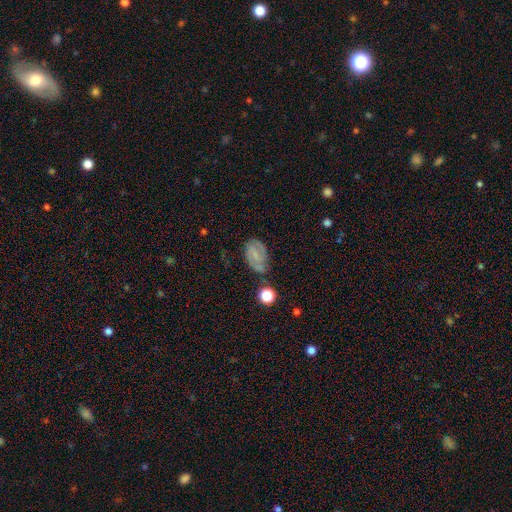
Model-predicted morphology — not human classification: Q: Smooth or featured?
A: featured or disk (62%); runner-up: smooth (28%)
Q: Edge-on disk?
A: no (96%); runner-up: yes (4%)
Q: Bar?
A: weak (47%); runner-up: no (33%)
Q: Spiral arms?
A: yes (85%); runner-up: no (15%)
Q: Spiral winding?
A: medium (43%); runner-up: tight (42%)
Q: Spiral arm count?
A: 2 (72%); runner-up: can't tell (17%)
Q: Bulge size?
A: small (55%); runner-up: none (27%)
Q: Merging?
A: none (65%); runner-up: minor disturbance (22%)